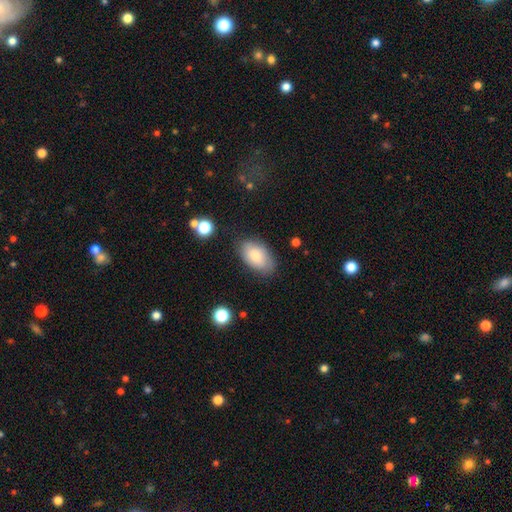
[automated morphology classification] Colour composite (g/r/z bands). It shows a smooth galaxy with no disk features (77%) that is in between round and cigar-shaped (92%). Merging: none (76%).